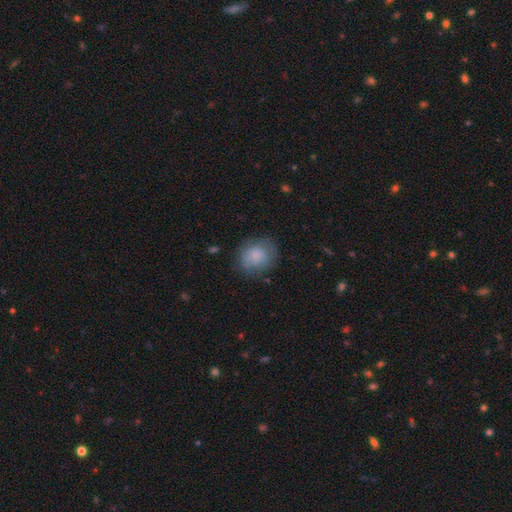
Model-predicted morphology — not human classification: smooth_or_featured: smooth (p=0.78) [alt: featured or disk p=0.14]
how_rounded: round (p=0.73) [alt: in between p=0.26]
merging: none (p=0.70) [alt: minor disturbance p=0.20]